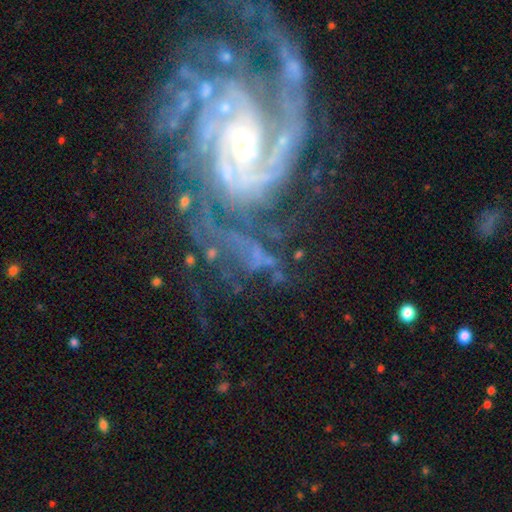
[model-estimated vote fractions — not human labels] This is likely a featured or disk galaxy (79%). It is clearly not viewed edge-on (97%). Bar: possibly no (54%). Spiral arm pattern: clearly yes (90%). Spiral arm count: marginally can't tell (27%). Spiral winding: possibly tight (47%). Central bulge: likely small (60%). Merging: marginally none (44%).